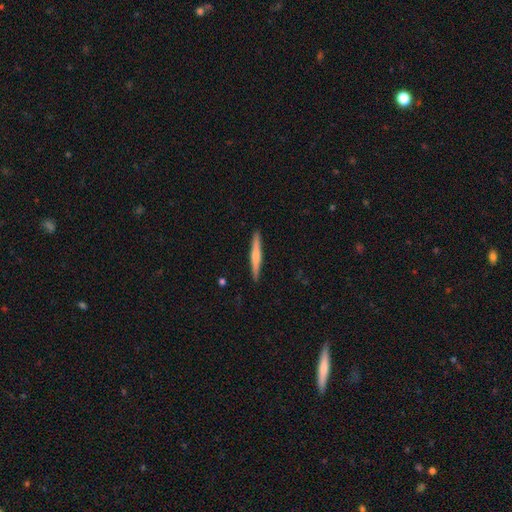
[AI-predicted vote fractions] This appears to be a smooth galaxy with no disk features (52%) that is cigar-shaped (96%). Merging: none (91%).